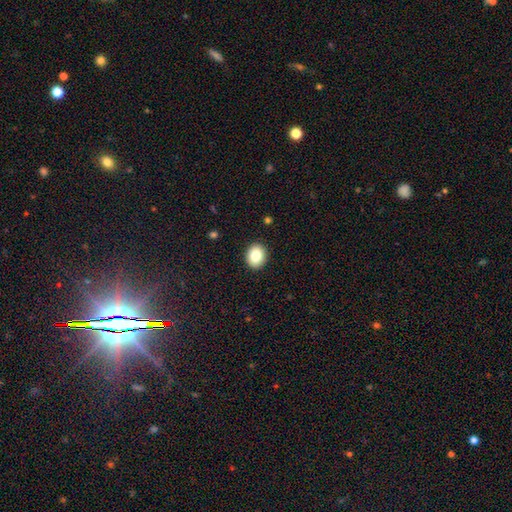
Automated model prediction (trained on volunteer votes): This appears to be a smooth galaxy with no disk features (83%) that is round (55%). Merging: none (91%).